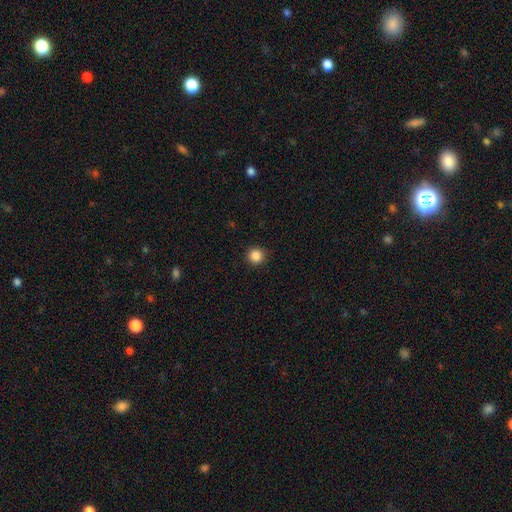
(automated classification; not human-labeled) A smooth galaxy with no disk features (86%) that is round (95%).

Vote fractions:
- Smooth or featured? smooth: 86% / star or artifact: 11% / featured or disk: 3%
- How rounded? round: 95% / in between: 4% / cigar-shaped: 1%
- Merging? none: 92% / minor disturbance: 5% / major disturbance: 2% / merger: 1%